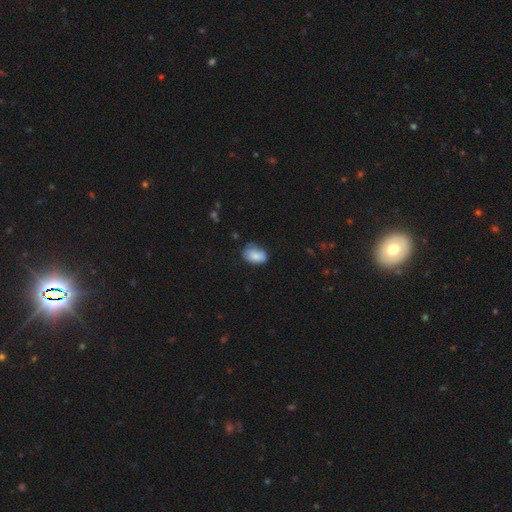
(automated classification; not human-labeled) This appears to be a smooth galaxy with no disk features (85%) that is in between round and cigar-shaped (85%). Merging: none (62%).